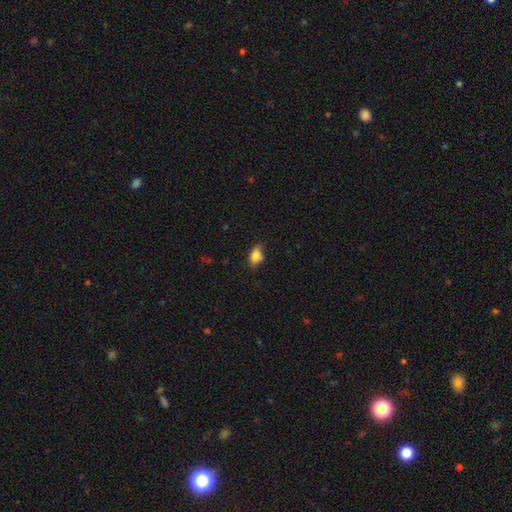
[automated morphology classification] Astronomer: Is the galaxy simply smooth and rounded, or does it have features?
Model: smooth — 80%.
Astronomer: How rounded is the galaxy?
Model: in between — 83%.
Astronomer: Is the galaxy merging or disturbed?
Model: none — 69%.